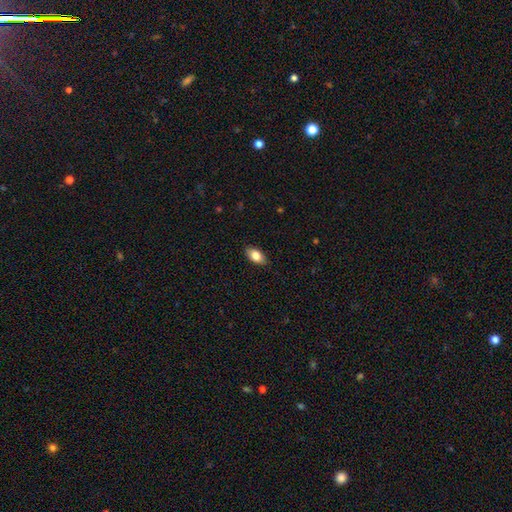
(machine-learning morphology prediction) A smooth galaxy with no disk features (82%) that is in between round and cigar-shaped (90%).

Vote fractions:
- Smooth or featured? smooth: 82% / featured or disk: 11% / star or artifact: 7%
- How rounded? in between: 90% / round: 5% / cigar-shaped: 4%
- Merging? none: 87% / minor disturbance: 10% / major disturbance: 2% / merger: 1%